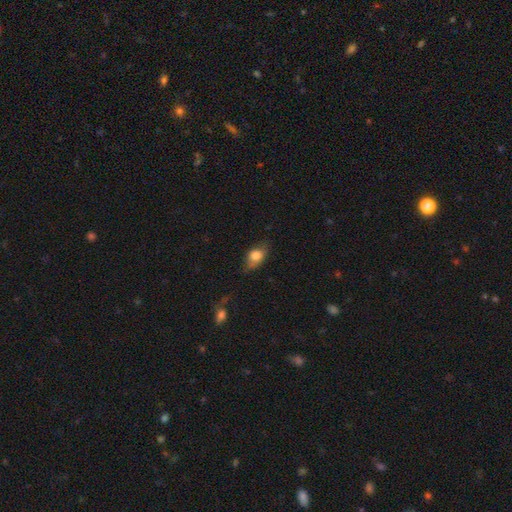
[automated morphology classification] Overall: smooth (76%). How rounded: in between (81%). Merging: none (67%).